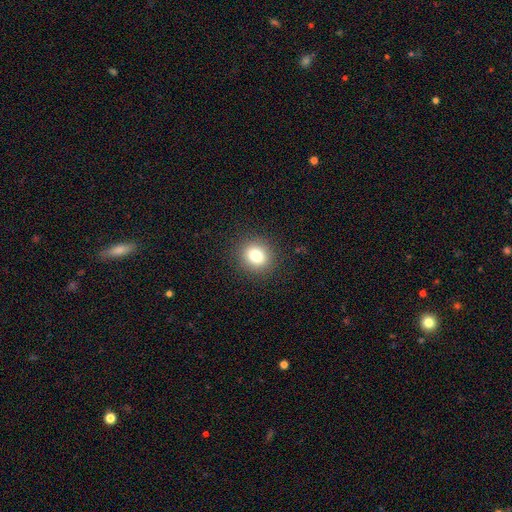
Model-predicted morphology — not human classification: smooth 81%, star or artifact 11%, featured or disk 8%. Down the decision tree: how rounded — round (77%); merging — none (90%).